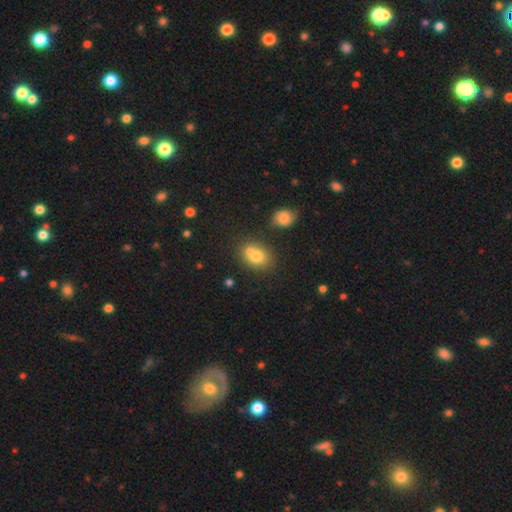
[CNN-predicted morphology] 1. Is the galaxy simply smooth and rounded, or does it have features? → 74% smooth, 15% featured or disk, 11% star or artifact.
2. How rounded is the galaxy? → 50% in between, 49% round, 1% cigar-shaped.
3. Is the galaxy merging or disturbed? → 45% none, 39% merger, 12% minor disturbance, 4% major disturbance.